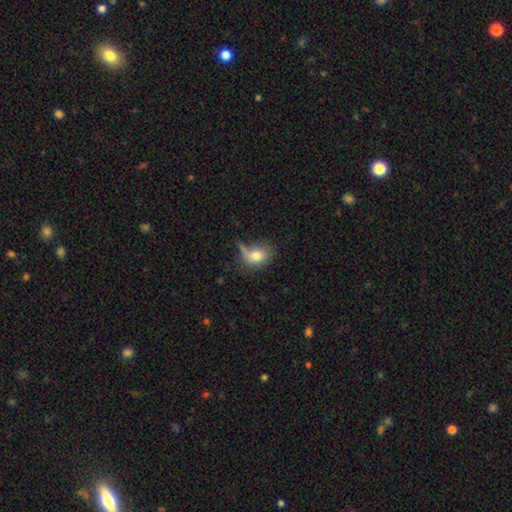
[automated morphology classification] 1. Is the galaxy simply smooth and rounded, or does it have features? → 75% smooth, 16% featured or disk, 9% star or artifact.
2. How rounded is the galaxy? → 68% in between, 30% round, 2% cigar-shaped.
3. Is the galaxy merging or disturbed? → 41% none, 27% minor disturbance, 22% major disturbance, 10% merger.